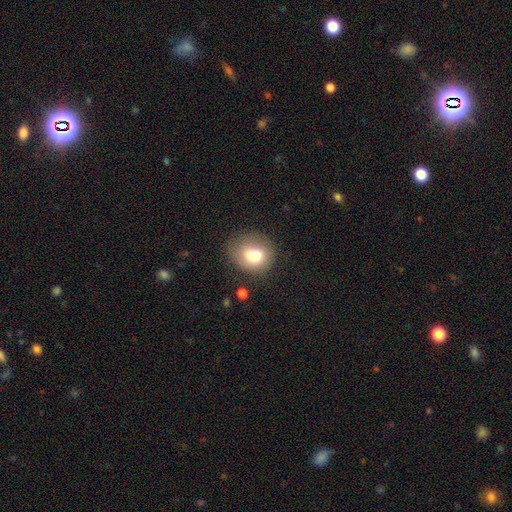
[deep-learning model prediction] This is likely a smooth galaxy (76%). How rounded: likely round (61%). Merging: likely none (61%).